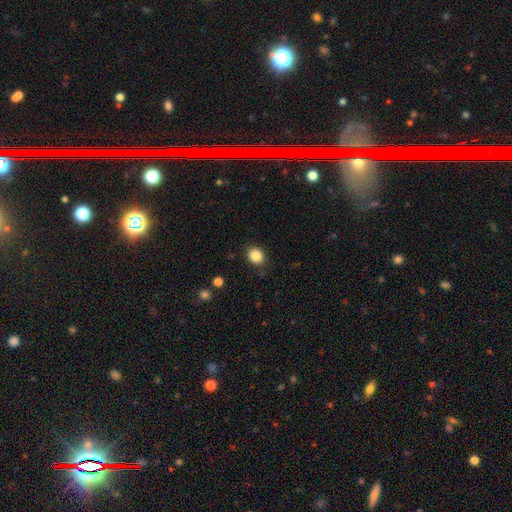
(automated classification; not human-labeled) A smooth galaxy with no disk features (86%) that is round (66%). Merging: none (87%).